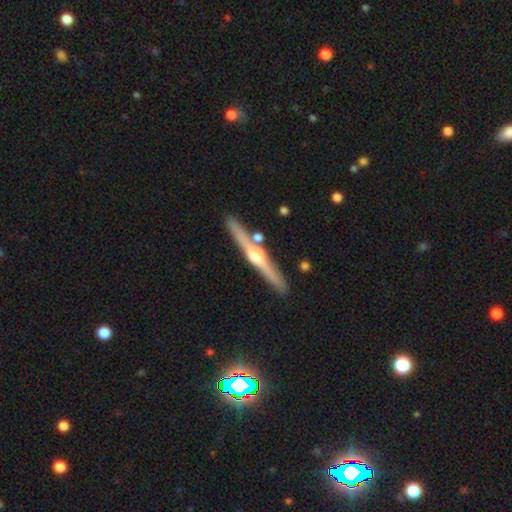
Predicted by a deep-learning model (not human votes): This is likely a featured or disk galaxy (77%). It is clearly viewed edge-on (98%). Edge-on bulge: clearly rounded (92%). Merging: clearly none (86%).